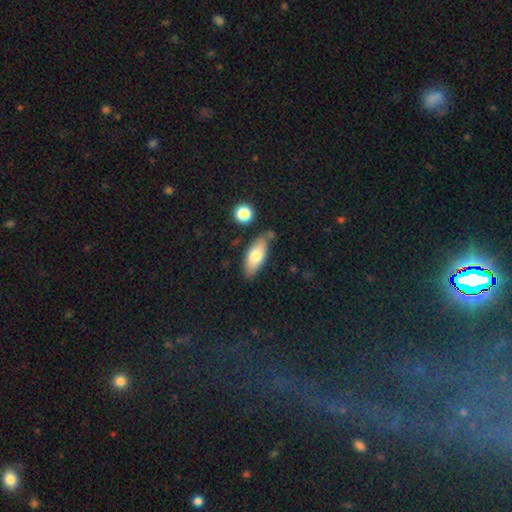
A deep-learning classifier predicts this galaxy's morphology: The model was most divided on "smooth or featured": smooth: 72%, featured or disk: 21%, star or artifact: 6%. More confident: how rounded — in between (81%); merging — none (71%).